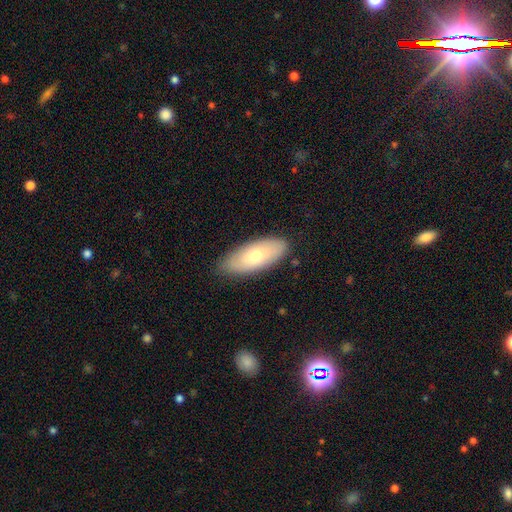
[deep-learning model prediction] smooth_or_featured: smooth (p=0.66) [alt: featured or disk p=0.28]
how_rounded: in between (p=0.84) [alt: cigar-shaped p=0.14]
merging: none (p=0.84) [alt: minor disturbance p=0.12]